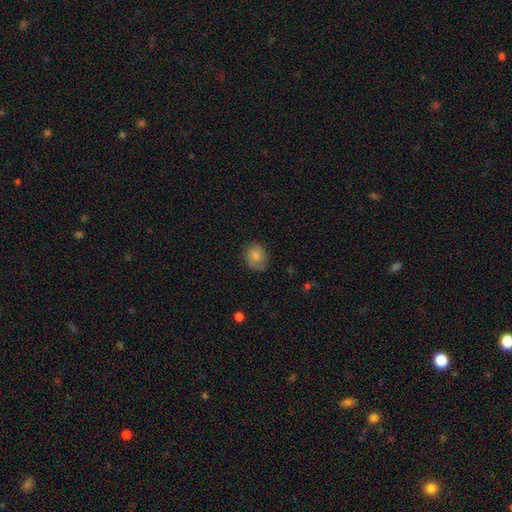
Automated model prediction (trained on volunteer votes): The model was most divided on "how rounded": round: 58%, in between: 41%, cigar-shaped: 1%. More confident: smooth or featured — smooth (77%); merging — none (76%).